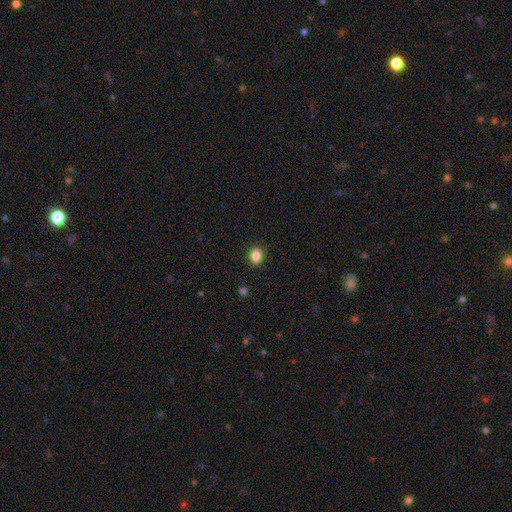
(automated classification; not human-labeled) Smooth or featured? Predicted: smooth (p=0.84). How rounded? Predicted: round (p=0.61). Merging? Predicted: none (p=0.89).